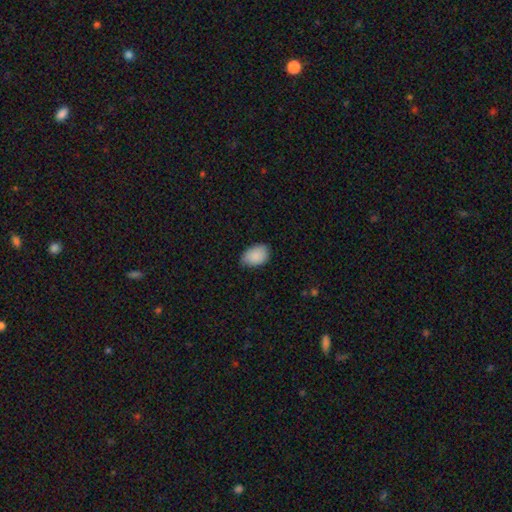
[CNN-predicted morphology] Smooth or featured?
  - smooth: 89% *
  - star or artifact: 7%
  - featured or disk: 4%
How rounded?
  - in between: 85% *
  - round: 14%
  - cigar-shaped: 1%
Merging?
  - none: 71% *
  - minor disturbance: 25%
  - major disturbance: 3%
  - merger: 1%